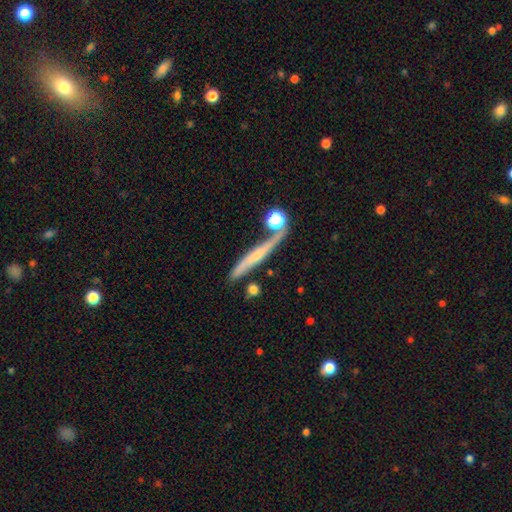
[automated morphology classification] Smooth or featured: featured or disk — 57% (smooth — 34%)
Edge-on disk: yes — 86% (no — 14%)
Merging: none — 64% (minor disturbance — 17%)